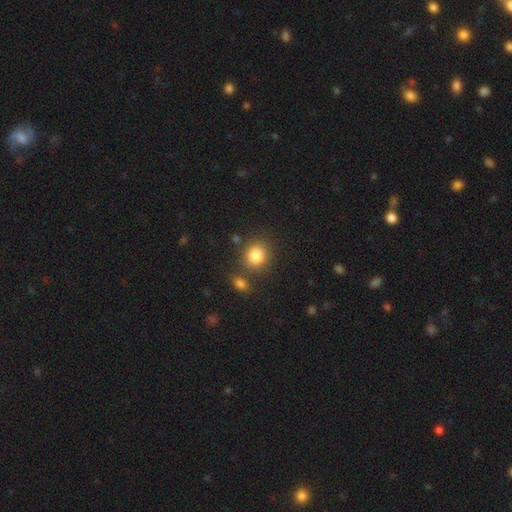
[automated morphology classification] This appears to be a smooth galaxy with no disk features (84%) that is round (80%). Merging: none (75%).